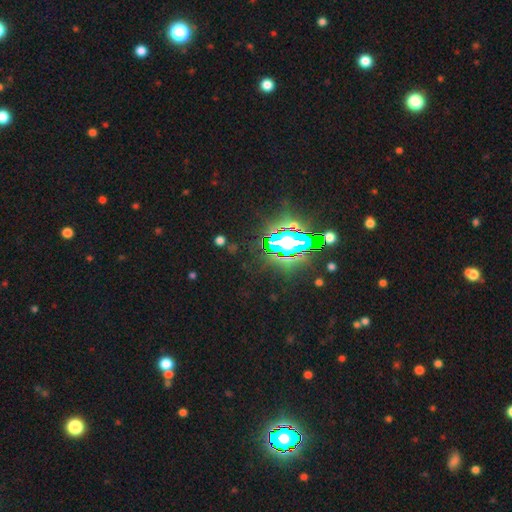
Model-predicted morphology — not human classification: This appears to be a star or artifact, not a galaxy (85%).